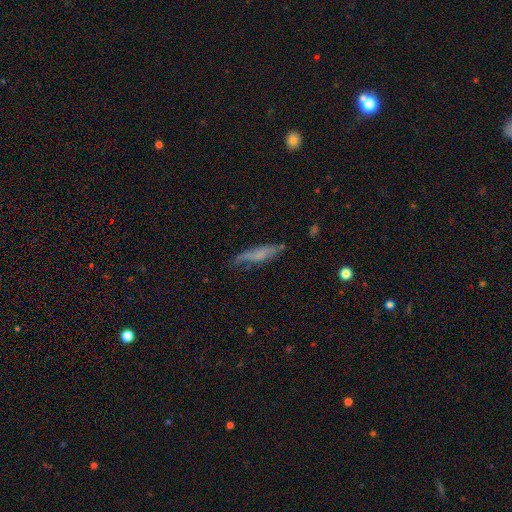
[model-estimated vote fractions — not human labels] smooth 52%, featured or disk 39%, star or artifact 8%. Down the decision tree: how rounded — cigar-shaped (74%); merging — none (54%).